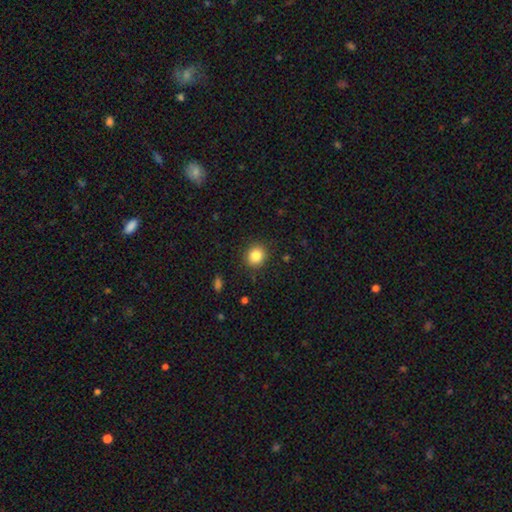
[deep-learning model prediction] The model was most divided on "how rounded": round: 79%, in between: 20%, cigar-shaped: 1%. More confident: merging — none (88%); smooth or featured — smooth (85%).